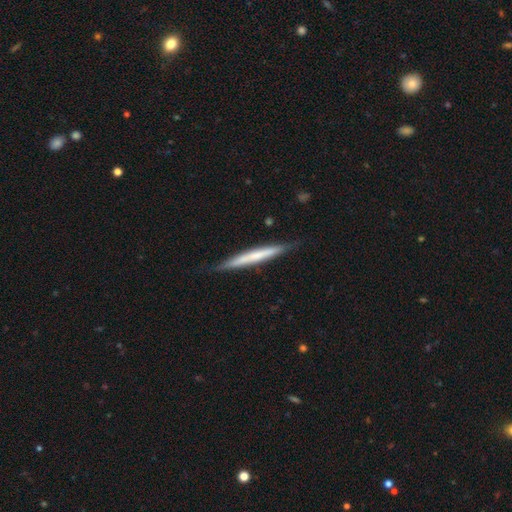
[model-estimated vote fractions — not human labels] featured or disk 50%, smooth 43%, star or artifact 8%. Down the decision tree: merging — none (87%).